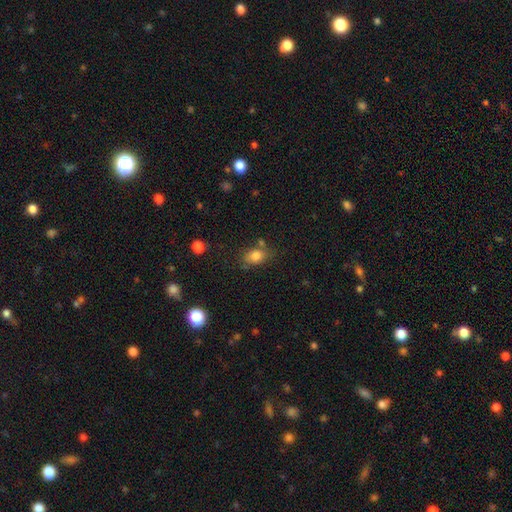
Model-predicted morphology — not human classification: This appears to be a smooth galaxy with no disk features (80%) that is in between round and cigar-shaped (70%). Merging: none (63%).